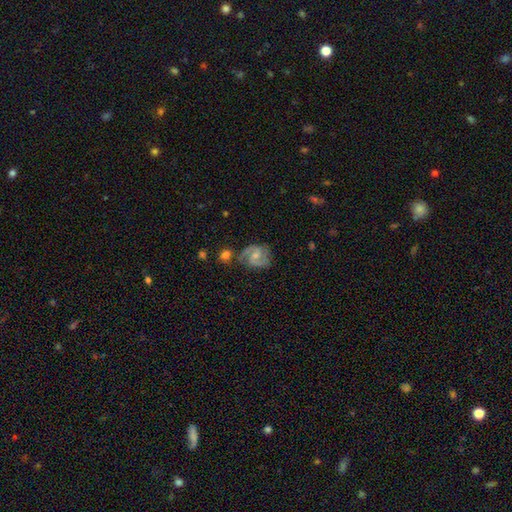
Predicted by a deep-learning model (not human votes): Smooth or featured? featured or disk (81%)
Edge-on disk? no (98%)
Bar? weak (51%)
Spiral arms? yes (96%)
Spiral winding? medium (55%)
Spiral arm count? 2 (86%)
Bulge size? small (45%)
Merging? none (64%)